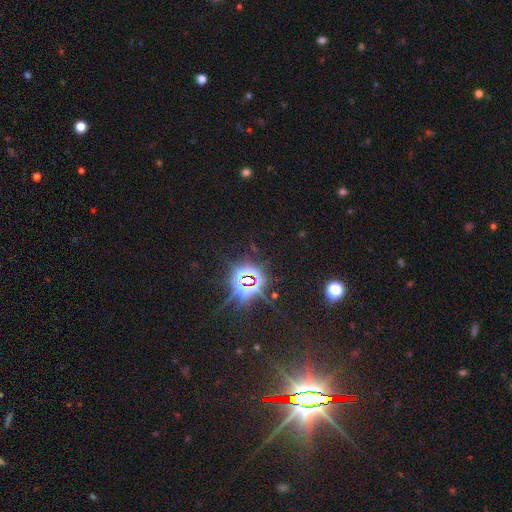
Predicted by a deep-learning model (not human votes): Smooth or featured? star or artifact (83%)